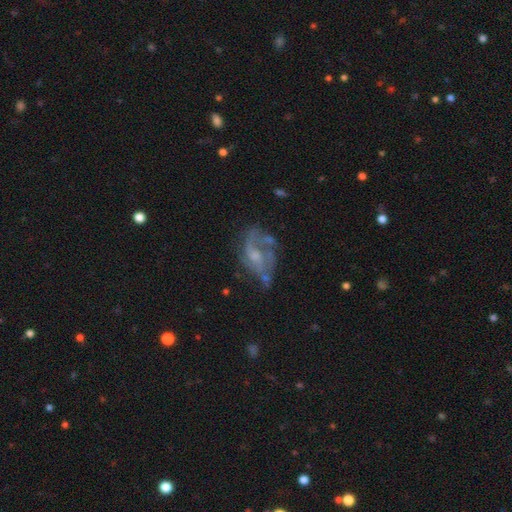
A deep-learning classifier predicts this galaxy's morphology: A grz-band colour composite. It shows a featured or disk galaxy (74%) with no bar (61%), 2 (42%) medium (42%) spiral arms (75%) and a small central bulge (38%). Merging: none (43%).